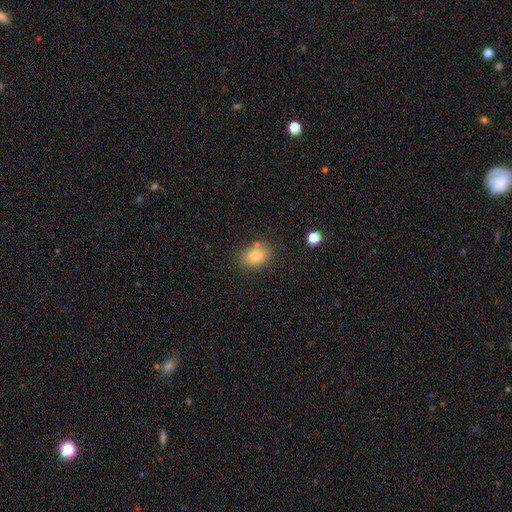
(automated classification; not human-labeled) smooth 80%, star or artifact 11%, featured or disk 9%. Down the decision tree: how rounded — in between (58%); merging — none (73%).